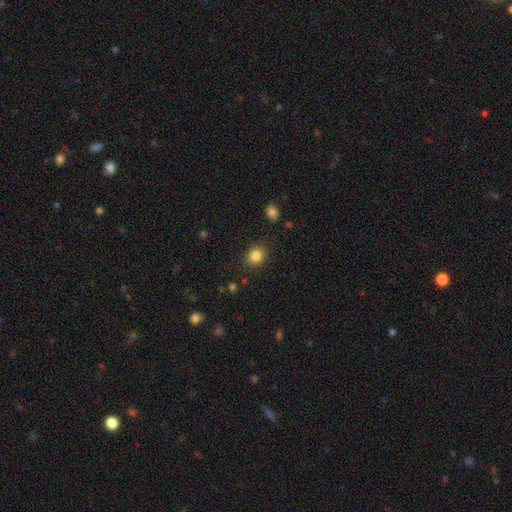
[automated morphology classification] This is clearly a smooth galaxy (84%). How rounded: likely round (65%). Merging: clearly none (87%).